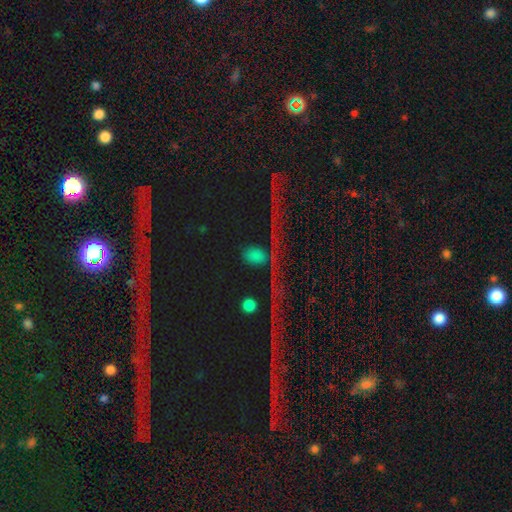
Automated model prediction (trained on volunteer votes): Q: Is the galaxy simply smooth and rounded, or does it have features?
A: smooth — 52%.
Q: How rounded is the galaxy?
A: round — 56%.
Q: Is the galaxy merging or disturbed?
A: none — 76%.